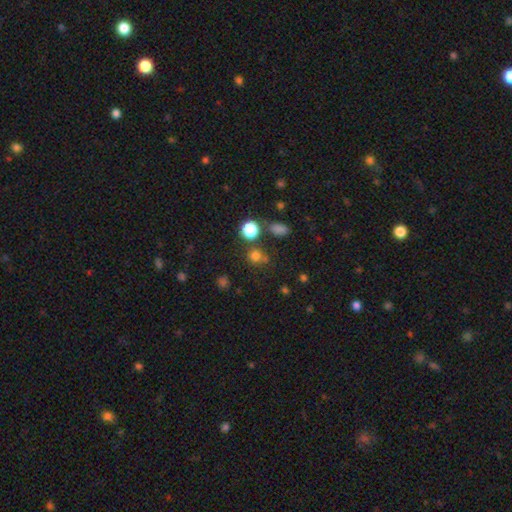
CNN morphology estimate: Smooth or featured?
  - smooth: 72% *
  - star or artifact: 21%
  - featured or disk: 6%
How rounded?
  - round: 85% *
  - in between: 14%
  - cigar-shaped: 1%
Merging?
  - none: 67% *
  - merger: 16%
  - minor disturbance: 11%
  - major disturbance: 5%